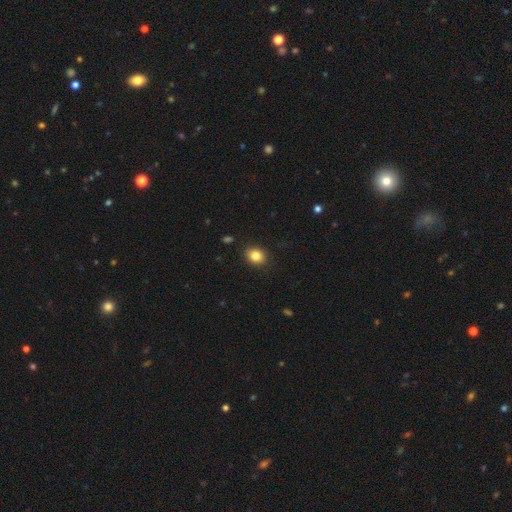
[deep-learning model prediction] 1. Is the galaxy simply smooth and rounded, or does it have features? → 84% smooth, 10% star or artifact, 6% featured or disk.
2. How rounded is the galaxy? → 51% round, 48% in between, 1% cigar-shaped.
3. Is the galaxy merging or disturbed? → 87% none, 9% minor disturbance, 2% major disturbance, 1% merger.